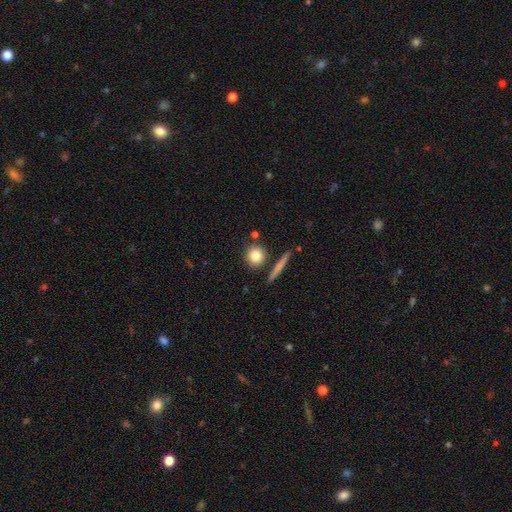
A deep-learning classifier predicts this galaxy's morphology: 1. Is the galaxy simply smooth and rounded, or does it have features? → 80% smooth, 11% featured or disk, 9% star or artifact.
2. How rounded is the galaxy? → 83% round, 12% in between, 4% cigar-shaped.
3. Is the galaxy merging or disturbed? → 79% none, 9% minor disturbance, 9% merger, 3% major disturbance.